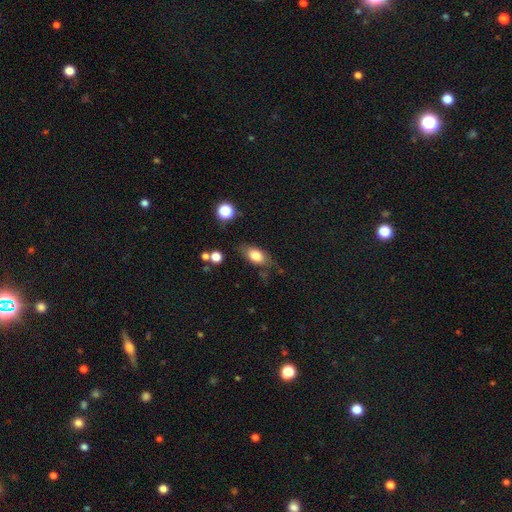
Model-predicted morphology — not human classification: type=smooth (78%); roundness=in between (85%); merging=none (71%).